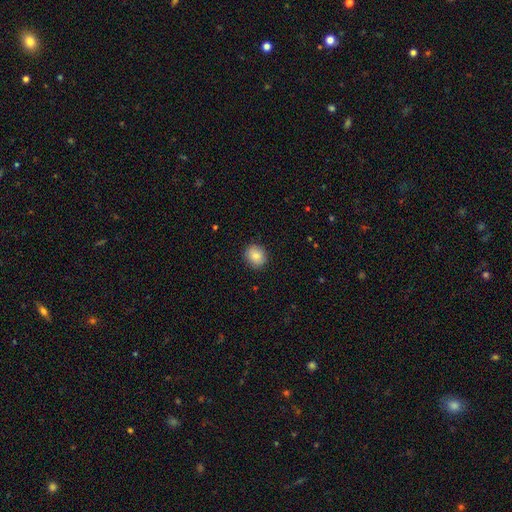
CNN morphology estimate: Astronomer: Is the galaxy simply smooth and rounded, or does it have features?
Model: smooth — 83%.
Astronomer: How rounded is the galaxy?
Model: round — 72%.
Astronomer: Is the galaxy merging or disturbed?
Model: none — 89%.